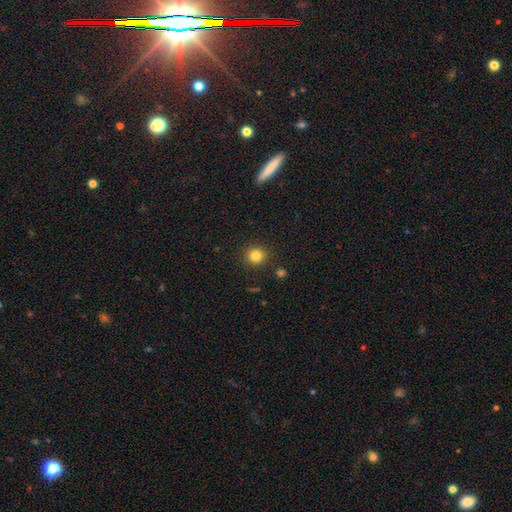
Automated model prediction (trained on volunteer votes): A smooth galaxy with no disk features (82%) that is round (91%). Merging: none (90%).